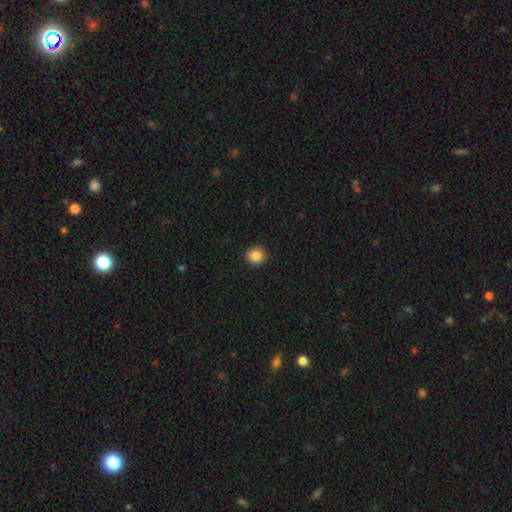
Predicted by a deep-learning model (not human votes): This appears to be a smooth galaxy with no disk features (87%) that is round (89%). Merging: none (92%).